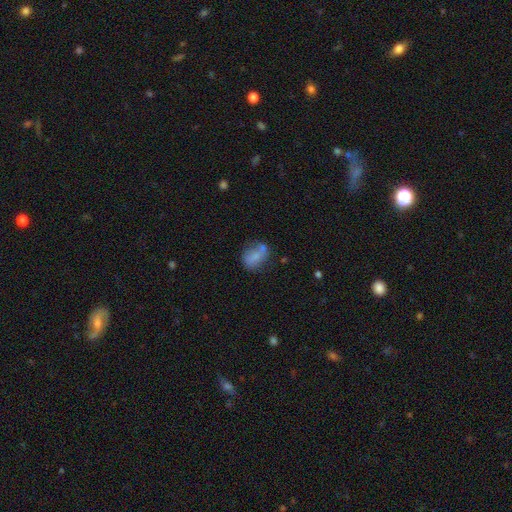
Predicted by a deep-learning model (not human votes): A smooth galaxy with no disk features (69%) that is in between round and cigar-shaped (71%). Merging: none (44%).